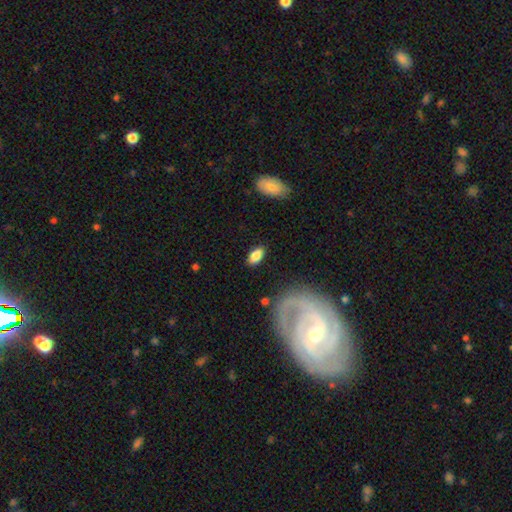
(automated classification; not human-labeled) The model was most divided on "merging": none: 84%, minor disturbance: 10%, major disturbance: 3%, merger: 2%. More confident: how rounded — in between (92%); smooth or featured — smooth (84%).